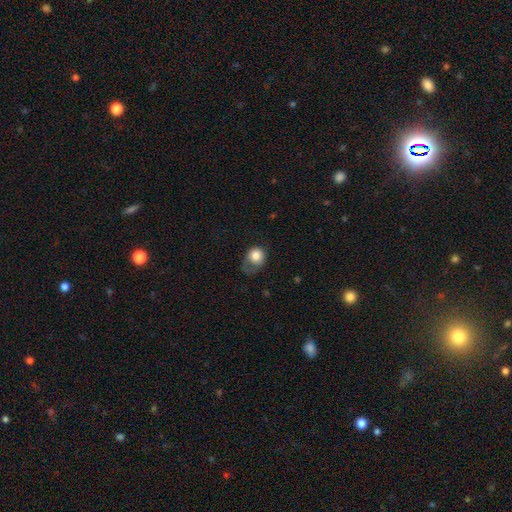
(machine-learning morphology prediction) Q: Smooth or featured?
A: smooth (78%); runner-up: featured or disk (13%)
Q: How rounded?
A: round (67%); runner-up: in between (33%)
Q: Merging?
A: major disturbance (40%); runner-up: minor disturbance (30%)